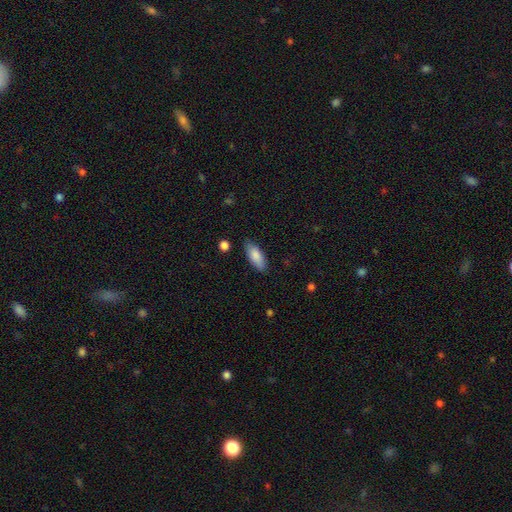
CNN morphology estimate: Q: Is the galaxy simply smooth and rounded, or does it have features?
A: smooth — 85%.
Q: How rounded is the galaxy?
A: in between — 78%.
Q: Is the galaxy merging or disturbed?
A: none — 81%.